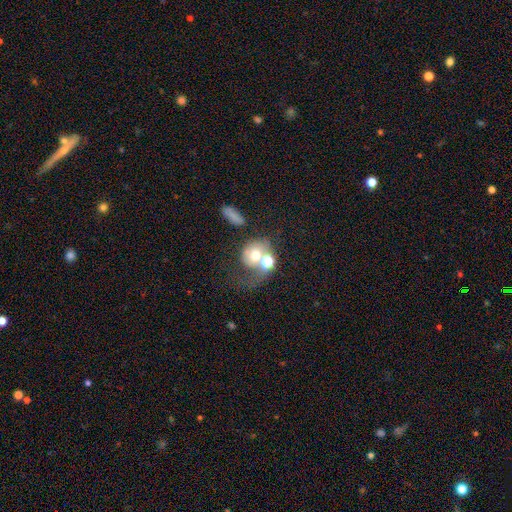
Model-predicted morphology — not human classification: A smooth galaxy with no disk features (56%) that is round (68%). Merging: merger (39%).